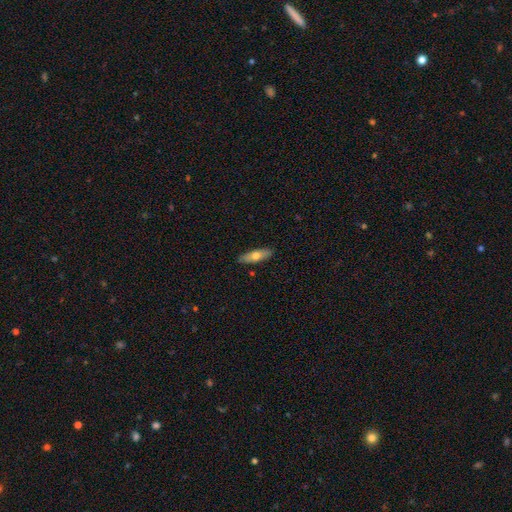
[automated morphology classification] Smooth or featured? smooth (63%)
How rounded? in between (53%)
Merging? none (89%)